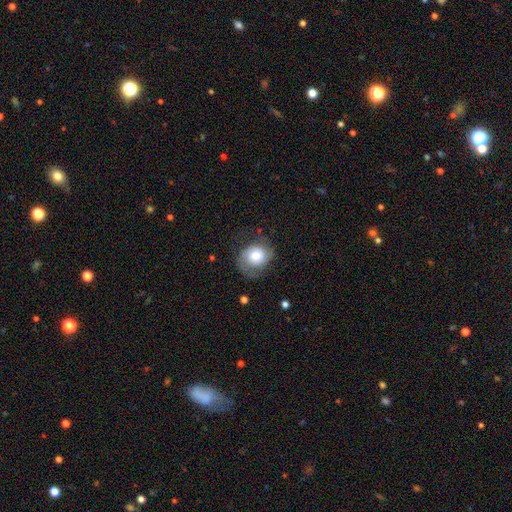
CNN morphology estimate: Smooth or featured: smooth — 49% (featured or disk — 43%)
Merging: none — 57% (minor disturbance — 25%)